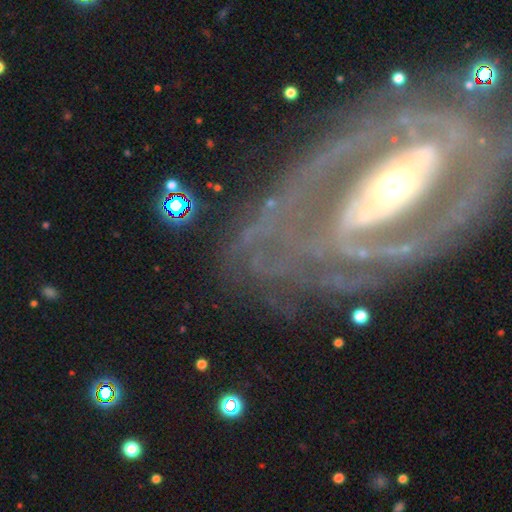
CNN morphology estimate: Q: Smooth or featured?
A: featured or disk (88%); runner-up: smooth (6%)
Q: Edge-on disk?
A: no (93%); runner-up: yes (7%)
Q: Bar?
A: strong (53%); runner-up: no (24%)
Q: Spiral arms?
A: yes (90%); runner-up: no (10%)
Q: Spiral winding?
A: tight (56%); runner-up: medium (33%)
Q: Spiral arm count?
A: 2 (61%); runner-up: can't tell (16%)
Q: Bulge size?
A: moderate (50%); runner-up: small (31%)
Q: Merging?
A: none (75%); runner-up: minor disturbance (13%)